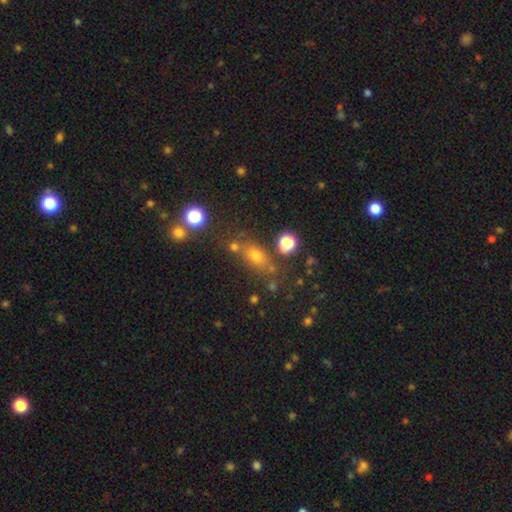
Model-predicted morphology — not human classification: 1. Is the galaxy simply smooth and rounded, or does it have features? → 65% smooth, 21% star or artifact, 14% featured or disk.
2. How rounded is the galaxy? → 60% in between, 31% round, 10% cigar-shaped.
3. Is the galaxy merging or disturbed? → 65% none, 15% minor disturbance, 13% merger, 6% major disturbance.